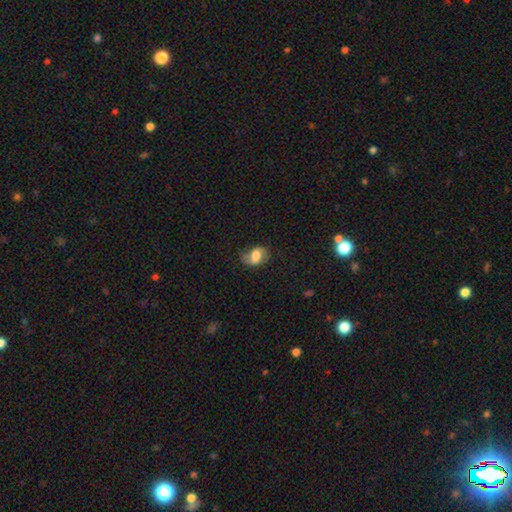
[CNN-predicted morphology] smooth_or_featured: smooth (p=0.61) [alt: featured or disk p=0.29]
how_rounded: in between (p=0.77) [alt: round p=0.21]
merging: none (p=0.49) [alt: minor disturbance p=0.30]